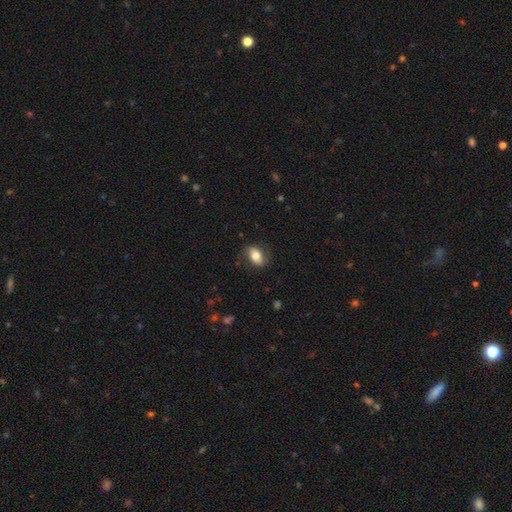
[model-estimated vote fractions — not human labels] The model was most divided on "smooth or featured": smooth: 71%, featured or disk: 22%, star or artifact: 7%. More confident: how rounded — in between (86%); merging — none (76%).